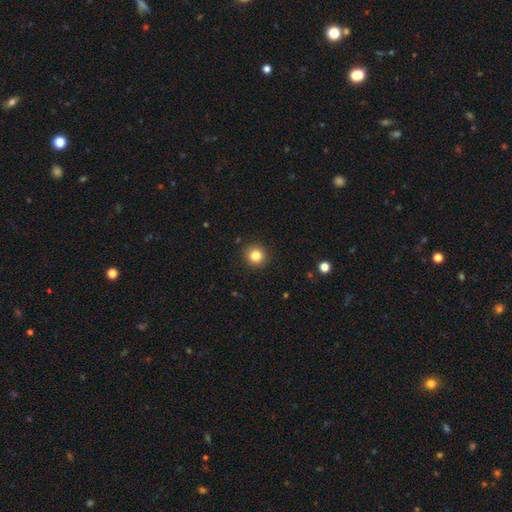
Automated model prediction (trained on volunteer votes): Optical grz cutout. It shows a smooth galaxy with no disk features (83%) that is round (94%). Merging: none (92%).